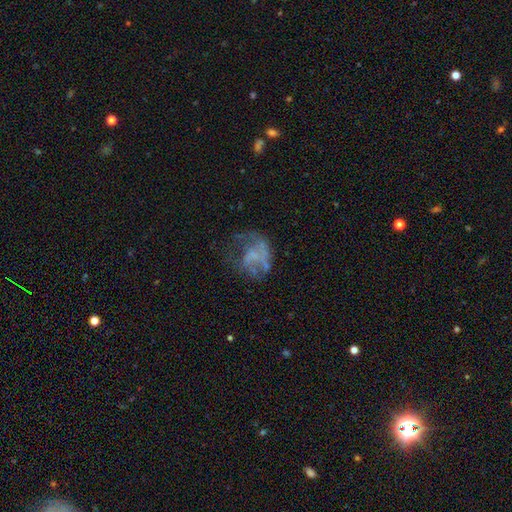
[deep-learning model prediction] Smooth or featured? featured or disk (60%)
Edge-on disk? no (98%)
Bar? no (79%)
Spiral arms? no (61%)
Bulge size? none (71%)
Merging? major disturbance (41%)